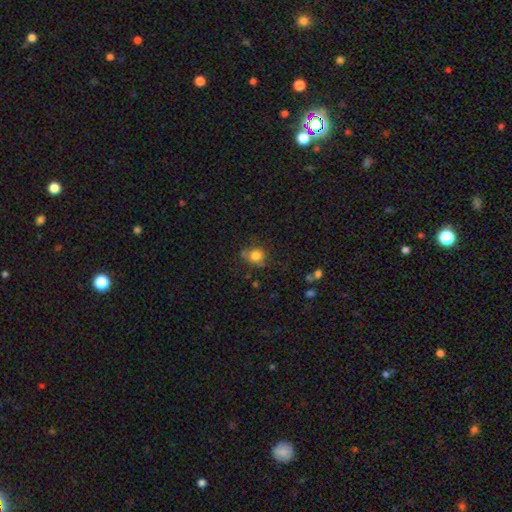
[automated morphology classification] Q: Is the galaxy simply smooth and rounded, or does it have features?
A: smooth — 78%.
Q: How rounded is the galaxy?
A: round — 75%.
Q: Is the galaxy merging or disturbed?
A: none — 61%.